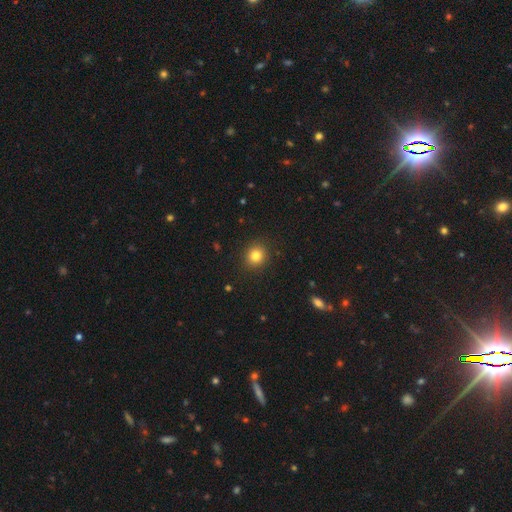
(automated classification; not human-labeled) The model was most divided on "how rounded": round: 82%, in between: 18%, cigar-shaped: 1%. More confident: merging — none (90%); smooth or featured — smooth (83%).